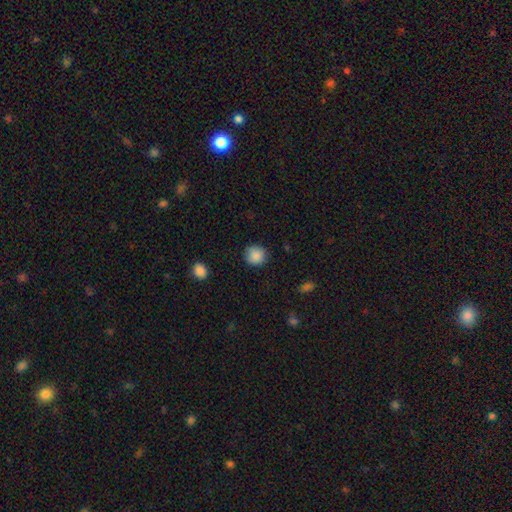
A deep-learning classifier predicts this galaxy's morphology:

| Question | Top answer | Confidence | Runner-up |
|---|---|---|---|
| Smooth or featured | smooth | 88% | star or artifact (9%) |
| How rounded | round | 90% | in between (9%) |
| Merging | none | 87% | minor disturbance (9%) |